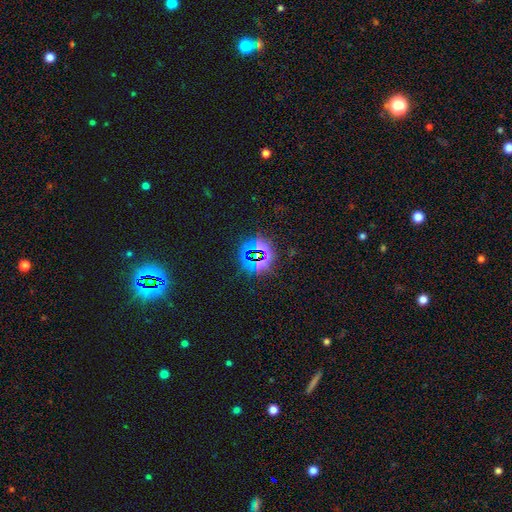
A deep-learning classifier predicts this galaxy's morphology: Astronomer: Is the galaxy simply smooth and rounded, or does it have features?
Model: star or artifact — 77%.